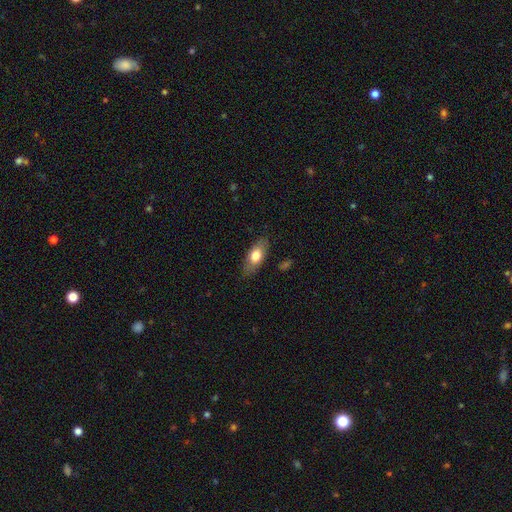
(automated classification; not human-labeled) Overall: smooth (70%). How rounded: in between (82%). Merging: none (80%).